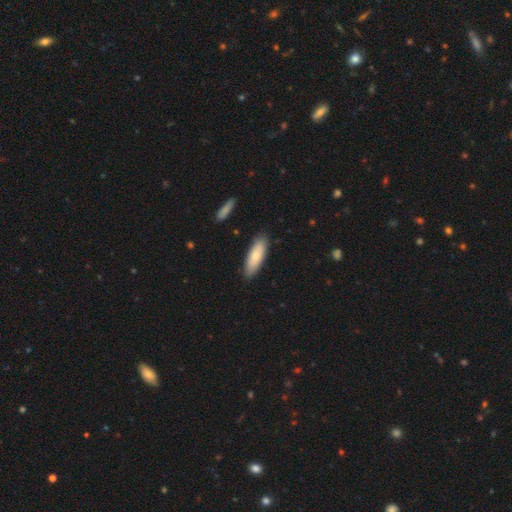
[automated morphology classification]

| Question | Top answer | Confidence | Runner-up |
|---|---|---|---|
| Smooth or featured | smooth | 80% | featured or disk (14%) |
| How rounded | in between | 52% | cigar-shaped (46%) |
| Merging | none | 86% | minor disturbance (11%) |